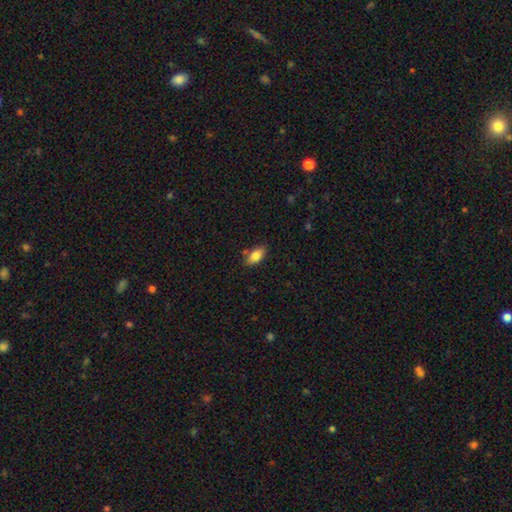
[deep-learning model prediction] smooth_or_featured: smooth (p=0.82) [alt: featured or disk p=0.10]
how_rounded: in between (p=0.91) [alt: cigar-shaped p=0.06]
merging: none (p=0.81) [alt: minor disturbance p=0.13]